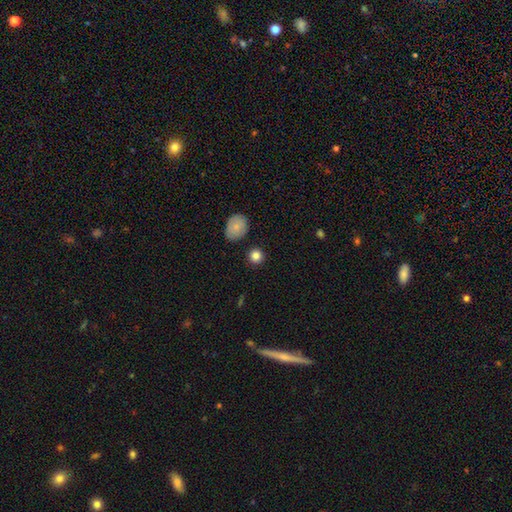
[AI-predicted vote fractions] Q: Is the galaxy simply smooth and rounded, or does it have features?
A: smooth — 85%.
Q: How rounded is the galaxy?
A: round — 91%.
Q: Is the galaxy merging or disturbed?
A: none — 89%.